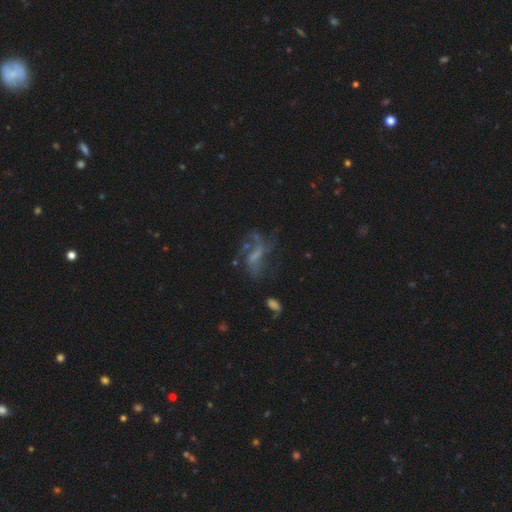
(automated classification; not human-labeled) Smooth or featured?
  - featured or disk: 63% *
  - smooth: 20%
  - star or artifact: 17%
Edge-on disk?
  - no: 93% *
  - yes: 7%
Bar?
  - no: 44% *
  - weak: 35%
  - strong: 21%
Spiral arms?
  - yes: 65% *
  - no: 35%
Bulge size?
  - none: 59% *
  - small: 19%
  - moderate: 15%
  - large: 5%
  - dominant: 2%
Merging?
  - none: 40% *
  - major disturbance: 35%
  - minor disturbance: 17%
  - merger: 8%